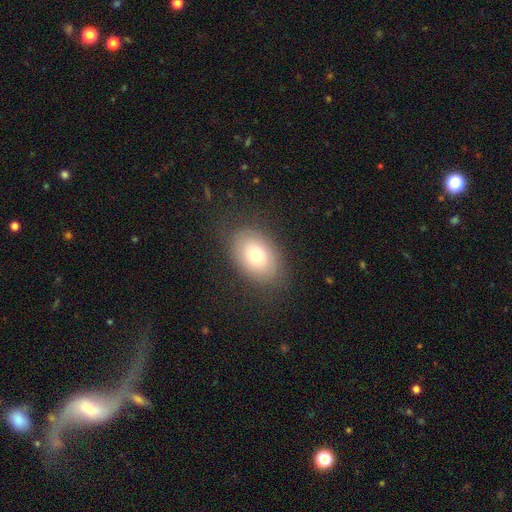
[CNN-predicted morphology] Smooth or featured: smooth — 72% (featured or disk — 18%)
How rounded: in between — 80% (round — 19%)
Merging: none — 81% (minor disturbance — 13%)